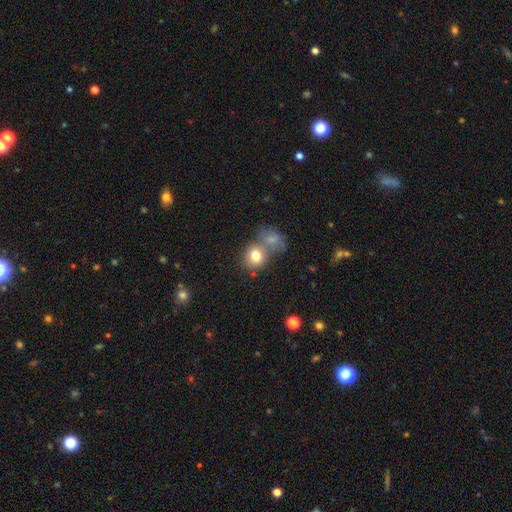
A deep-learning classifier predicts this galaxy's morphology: Q: Smooth or featured?
A: smooth (79%); runner-up: featured or disk (12%)
Q: How rounded?
A: round (64%); runner-up: in between (35%)
Q: Merging?
A: none (43%); runner-up: merger (41%)